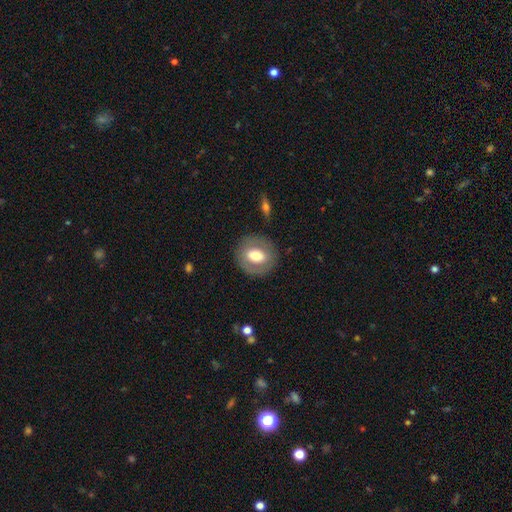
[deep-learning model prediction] Smooth or featured? smooth (58%)
How rounded? round (61%)
Merging? none (83%)